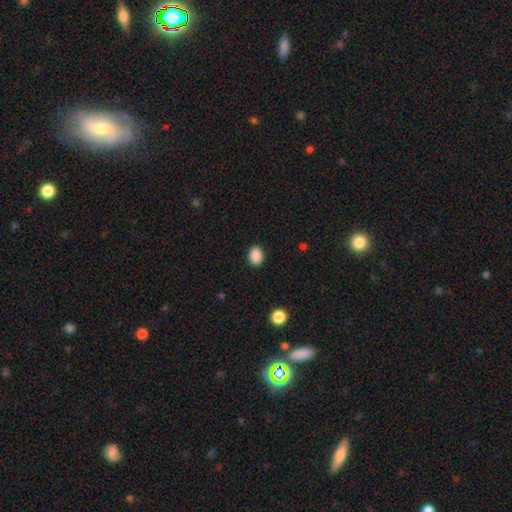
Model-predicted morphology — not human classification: The model was most divided on "how rounded": in between: 62%, round: 38%, cigar-shaped: 1%. More confident: merging — none (89%); smooth or featured — smooth (89%).